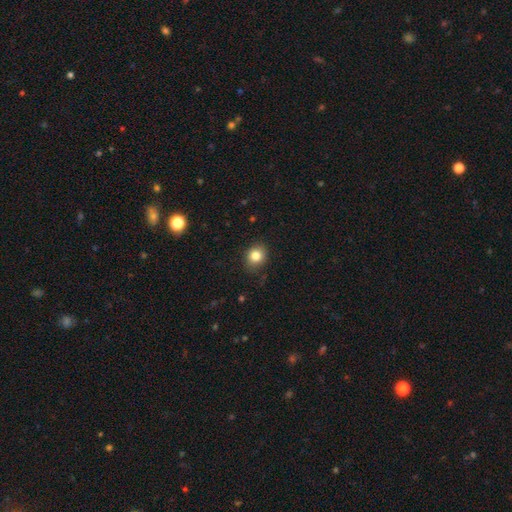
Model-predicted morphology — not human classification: Smooth or featured?
  - smooth: 82% *
  - star or artifact: 11%
  - featured or disk: 7%
How rounded?
  - round: 64% *
  - in between: 35%
  - cigar-shaped: 1%
Merging?
  - none: 85% *
  - minor disturbance: 11%
  - major disturbance: 2%
  - merger: 1%